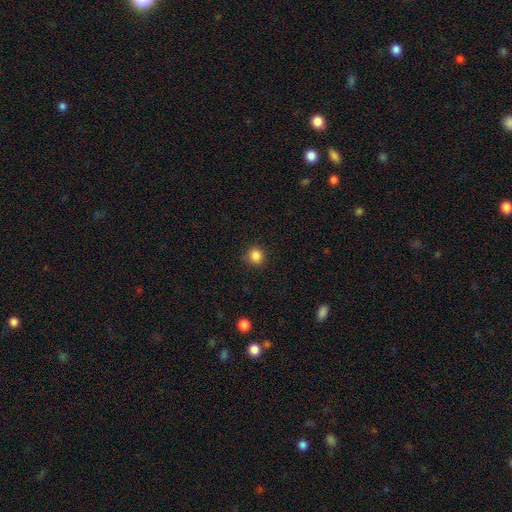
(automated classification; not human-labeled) Smooth or featured? Predicted: smooth (p=0.86). How rounded? Predicted: round (p=0.91). Merging? Predicted: none (p=0.89).